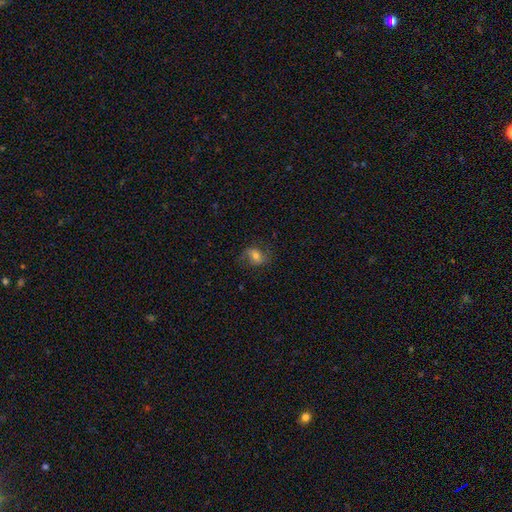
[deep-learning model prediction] Smooth or featured? smooth (52%)
How rounded? in between (64%)
Merging? none (71%)